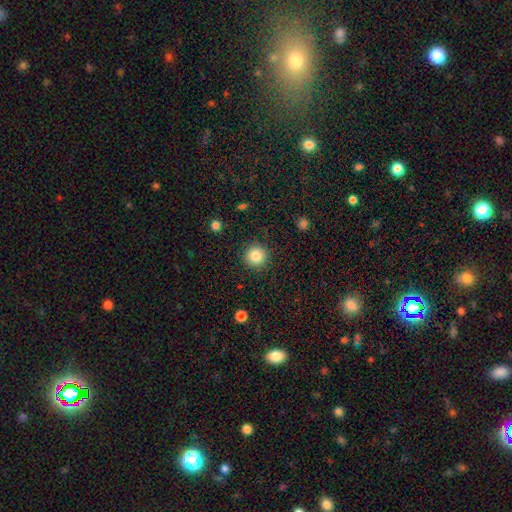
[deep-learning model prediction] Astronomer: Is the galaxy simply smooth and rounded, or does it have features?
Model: smooth — 84%.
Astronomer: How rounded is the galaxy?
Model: round — 95%.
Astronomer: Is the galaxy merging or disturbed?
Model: none — 91%.